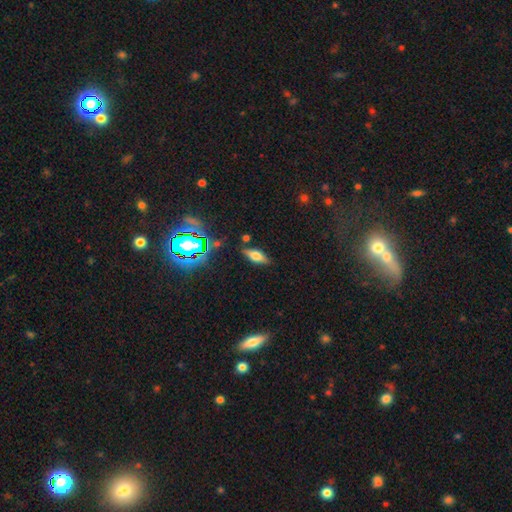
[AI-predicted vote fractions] smooth_or_featured: smooth (p=0.47) [alt: featured or disk p=0.37]
merging: none (p=0.82) [alt: minor disturbance p=0.12]